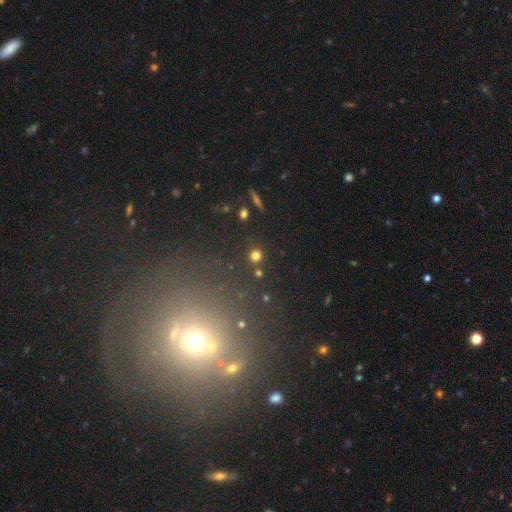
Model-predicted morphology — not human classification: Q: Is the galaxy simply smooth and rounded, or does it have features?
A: smooth — 77%.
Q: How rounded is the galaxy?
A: round — 93%.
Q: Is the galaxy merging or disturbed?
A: none — 86%.